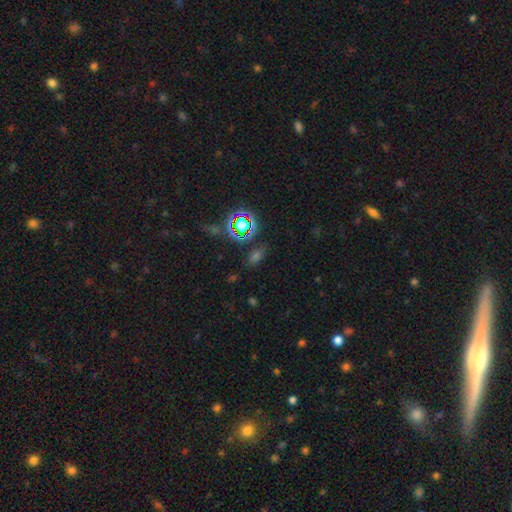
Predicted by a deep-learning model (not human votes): smooth-or-featured: star or artifact: 53% | smooth: 37% | featured or disk: 10%